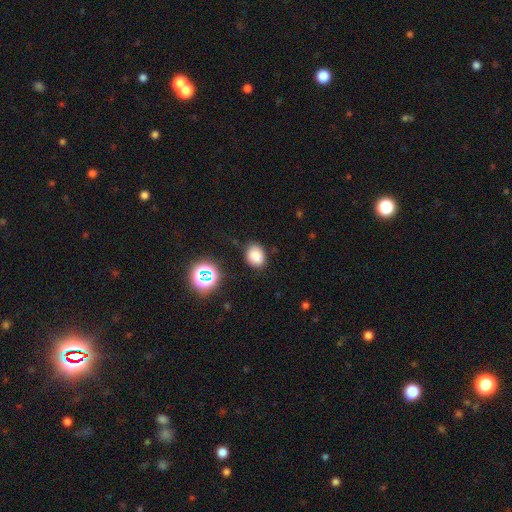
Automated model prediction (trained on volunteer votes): smooth-or-featured: smooth: 80% | star or artifact: 14% | featured or disk: 6%
  how-rounded: in between: 61% | round: 38% | cigar-shaped: 1%
  merging: none: 82% | minor disturbance: 13% | major disturbance: 3% | merger: 2%